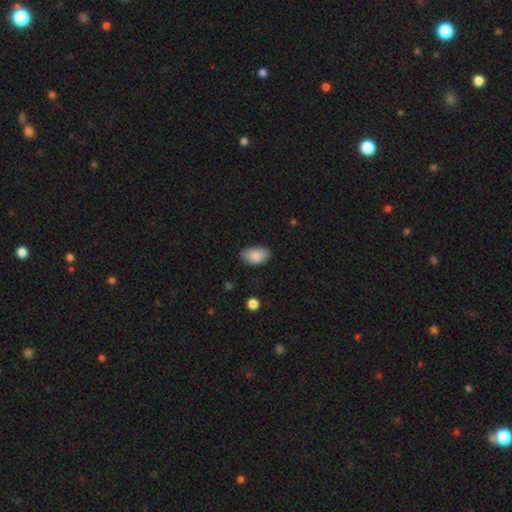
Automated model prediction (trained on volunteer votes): Smooth or featured? Predicted: smooth (p=0.86). How rounded? Predicted: in between (p=0.93). Merging? Predicted: none (p=0.80).